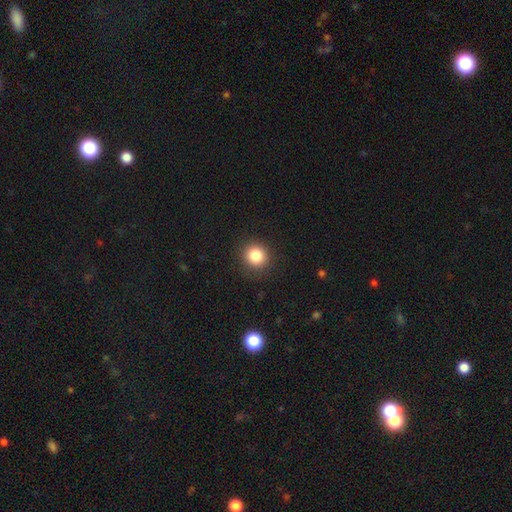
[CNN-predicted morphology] Q: Smooth or featured?
A: smooth (84%); runner-up: star or artifact (11%)
Q: How rounded?
A: round (89%); runner-up: in between (10%)
Q: Merging?
A: none (89%); runner-up: minor disturbance (7%)